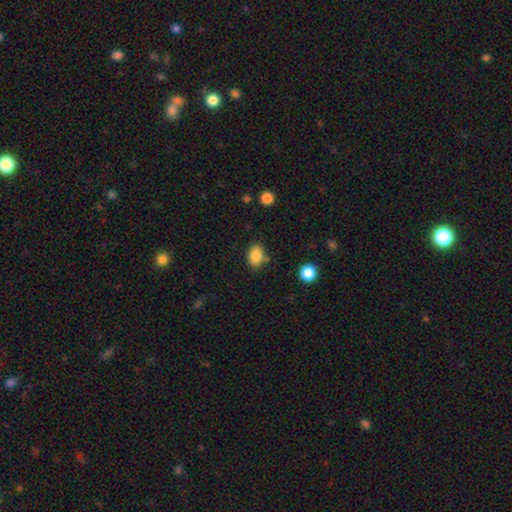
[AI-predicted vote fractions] smooth-or-featured: smooth: 85% | star or artifact: 9% | featured or disk: 6%
  how-rounded: in between: 80% | round: 19% | cigar-shaped: 1%
  merging: none: 79% | minor disturbance: 13% | merger: 5% | major disturbance: 3%